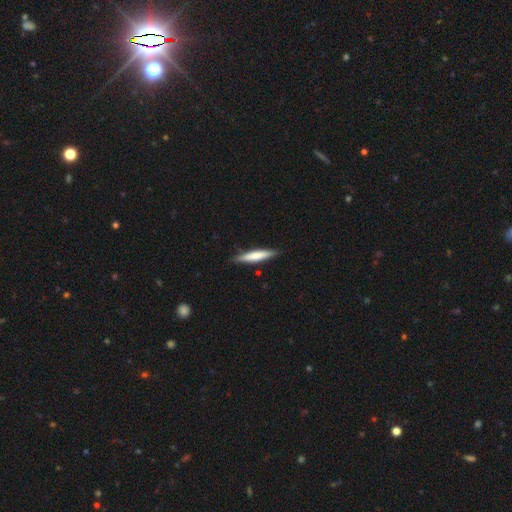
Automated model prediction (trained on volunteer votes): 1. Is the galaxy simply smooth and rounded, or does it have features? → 62% smooth, 32% featured or disk, 5% star or artifact.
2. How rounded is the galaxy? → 90% cigar-shaped, 9% in between, 1% round.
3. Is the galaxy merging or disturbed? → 85% none, 11% minor disturbance, 2% major disturbance, 1% merger.